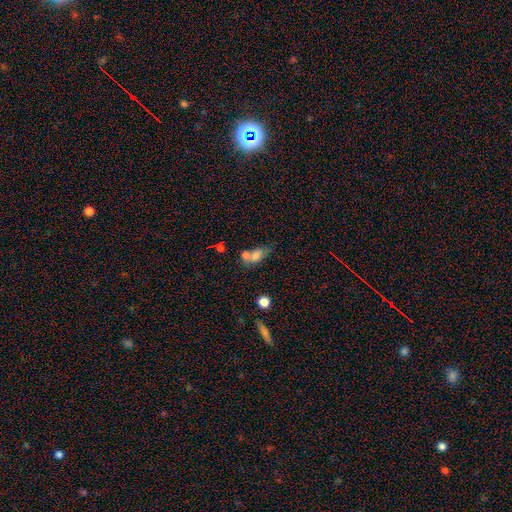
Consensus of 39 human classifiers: Morphology: type=smooth (79%); roundness=in between (87%); merging=merger (33%).